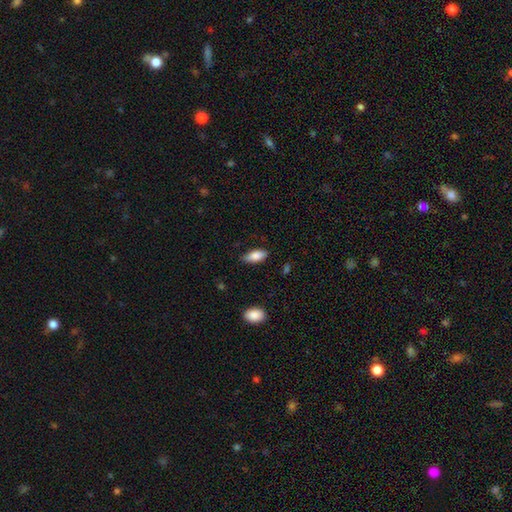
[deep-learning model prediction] smooth_or_featured: smooth (p=0.84) [alt: featured or disk p=0.09]
how_rounded: in between (p=0.86) [alt: cigar-shaped p=0.12]
merging: none (p=0.79) [alt: minor disturbance p=0.16]